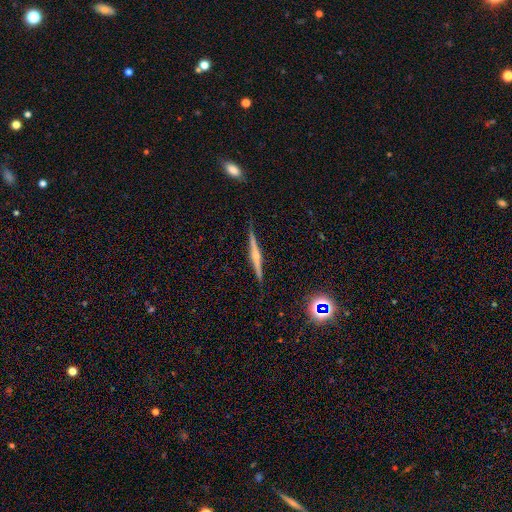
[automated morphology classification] Overall: featured or disk (73%). Edge-on disk: yes (98%). Edge-on bulge: rounded (74%). Merging: none (88%).